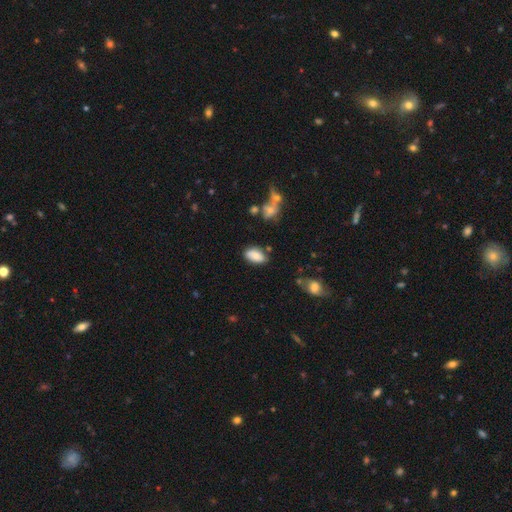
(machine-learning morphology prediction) smooth 78%, featured or disk 14%, star or artifact 8%. Down the decision tree: how rounded — in between (93%); merging — none (75%).